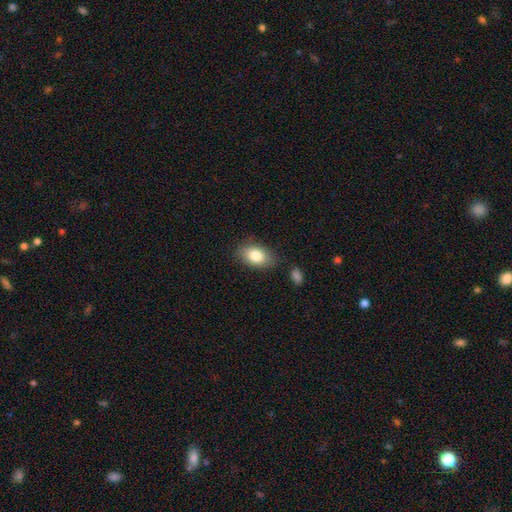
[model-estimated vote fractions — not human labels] Overall: smooth (82%). How rounded: in between (88%). Merging: none (80%).